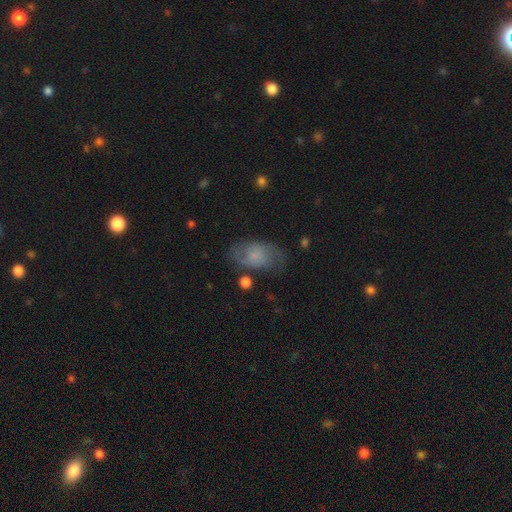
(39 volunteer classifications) This is likely a featured or disk galaxy (64%). It is clearly not viewed edge-on (92%). Bar: possibly weak (57%). Spiral arm pattern: clearly yes (91%). Spiral arm count: clearly 2 (86%). Spiral winding: likely medium (62%). Central bulge: possibly small (52%). Merging: likely none (63%).